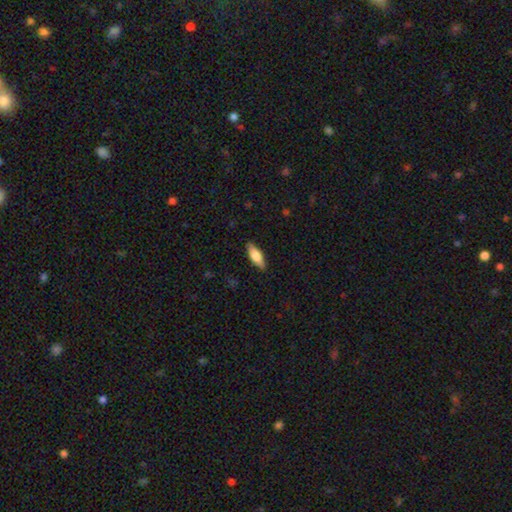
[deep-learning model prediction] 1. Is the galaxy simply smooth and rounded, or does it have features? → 73% smooth, 21% featured or disk, 6% star or artifact.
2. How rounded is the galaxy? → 59% in between, 38% cigar-shaped, 2% round.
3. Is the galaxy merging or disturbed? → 88% none, 9% minor disturbance, 2% major disturbance, 1% merger.